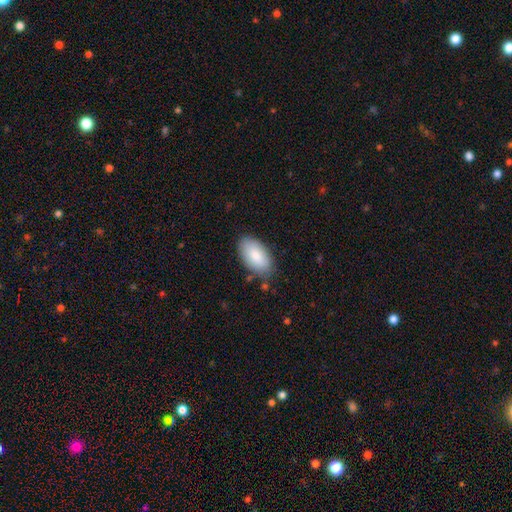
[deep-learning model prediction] smooth-or-featured: smooth: 85% | featured or disk: 9% | star or artifact: 6%
  how-rounded: in between: 95% | round: 3% | cigar-shaped: 2%
  merging: none: 80% | minor disturbance: 15% | major disturbance: 3% | merger: 2%